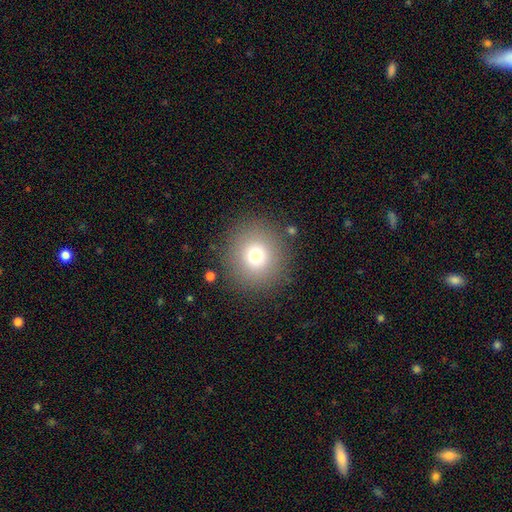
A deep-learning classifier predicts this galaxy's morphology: Smooth or featured?
  - smooth: 74% *
  - star or artifact: 15%
  - featured or disk: 11%
How rounded?
  - round: 94% *
  - in between: 5%
  - cigar-shaped: 1%
Merging?
  - none: 88% *
  - minor disturbance: 7%
  - major disturbance: 4%
  - merger: 2%